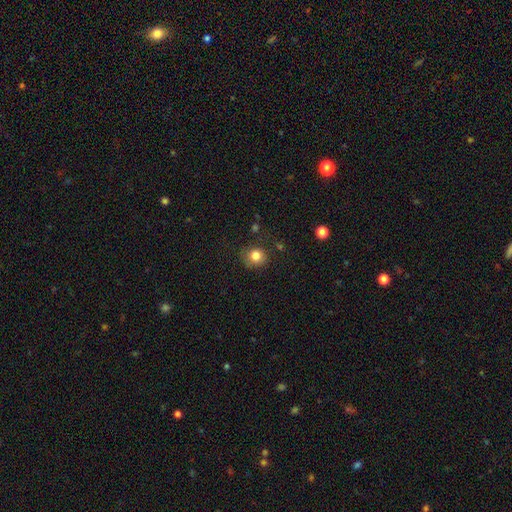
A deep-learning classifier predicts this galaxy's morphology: smooth-or-featured: smooth: 82% | star or artifact: 11% | featured or disk: 7%
  how-rounded: round: 84% | in between: 15% | cigar-shaped: 1%
  merging: none: 78% | minor disturbance: 15% | major disturbance: 4% | merger: 2%